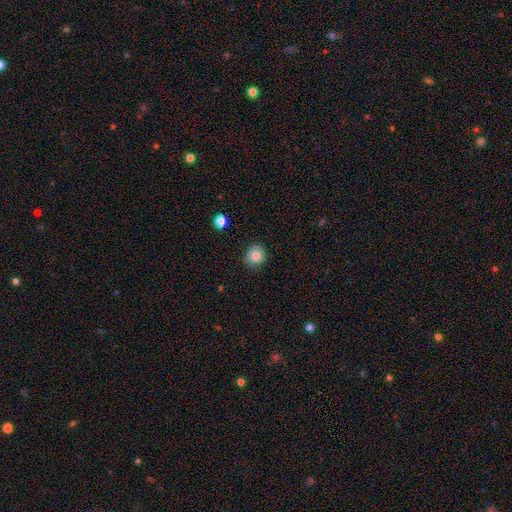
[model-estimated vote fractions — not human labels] Smooth or featured? Predicted: smooth (p=0.81). How rounded? Predicted: round (p=0.83). Merging? Predicted: none (p=0.83).